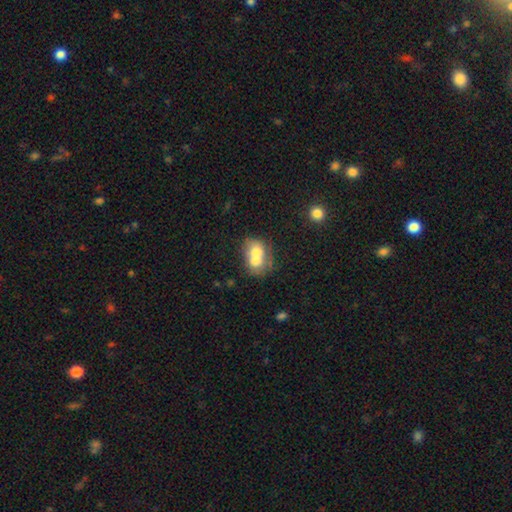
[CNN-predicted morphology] This is likely a smooth galaxy (63%). How rounded: possibly in between (57%). Merging: likely merger (66%).